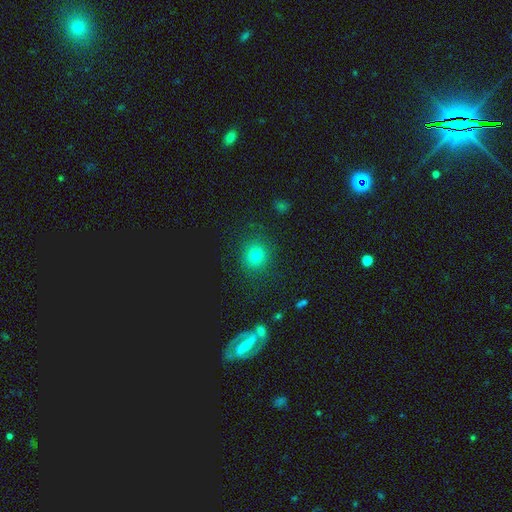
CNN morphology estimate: A smooth galaxy with no disk features (74%) that is round (89%).

Vote fractions:
- Smooth or featured? smooth: 74% / star or artifact: 18% / featured or disk: 7%
- How rounded? round: 89% / in between: 10% / cigar-shaped: 1%
- Merging? none: 86% / minor disturbance: 9% / major disturbance: 4% / merger: 2%